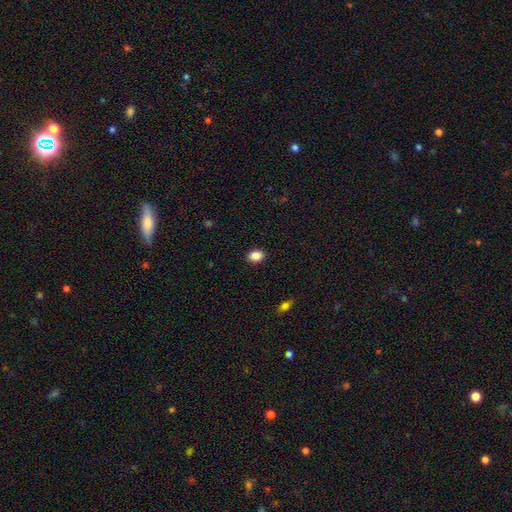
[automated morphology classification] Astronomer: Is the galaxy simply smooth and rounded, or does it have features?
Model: smooth — 87%.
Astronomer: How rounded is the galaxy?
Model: in between — 73%.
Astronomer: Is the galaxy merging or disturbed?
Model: none — 90%.